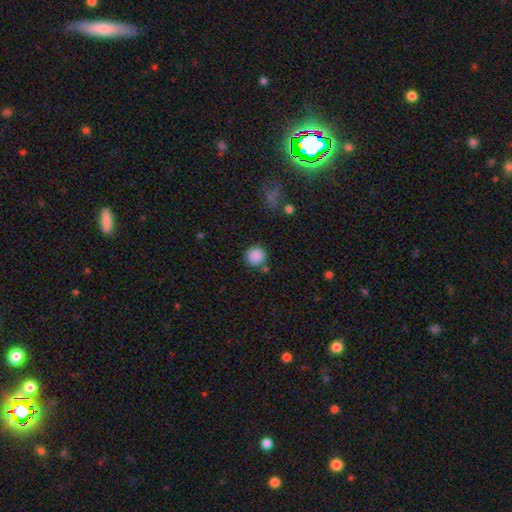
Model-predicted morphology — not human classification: Smooth or featured?
  - smooth: 88% *
  - star or artifact: 9%
  - featured or disk: 3%
How rounded?
  - round: 93% *
  - in between: 6%
  - cigar-shaped: 1%
Merging?
  - none: 82% *
  - minor disturbance: 10%
  - merger: 5%
  - major disturbance: 3%